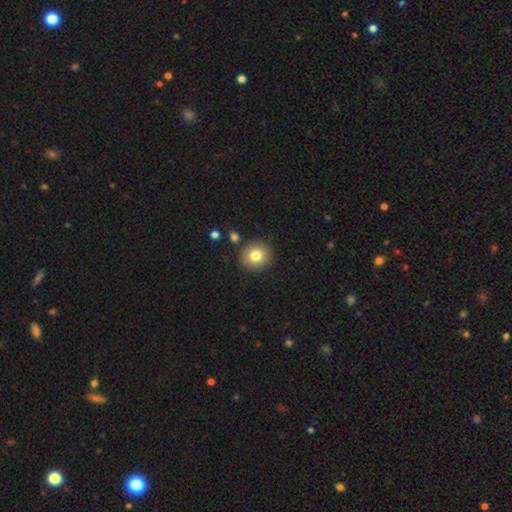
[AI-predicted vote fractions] This appears to be a smooth galaxy with no disk features (80%) that is round (85%). Merging: none (86%).